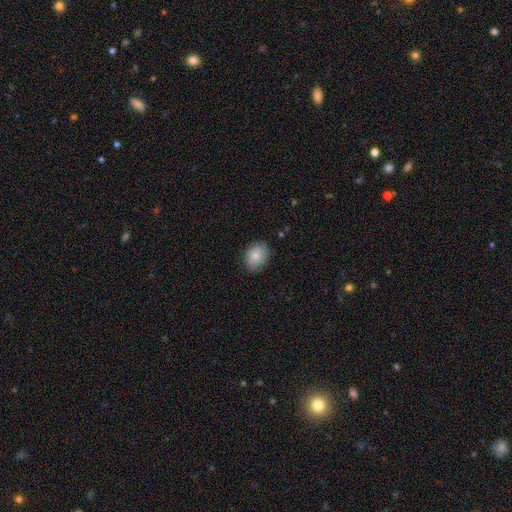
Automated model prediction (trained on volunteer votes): Overall: smooth (71%). How rounded: in between (62%; round 37%). Merging: none (76%).